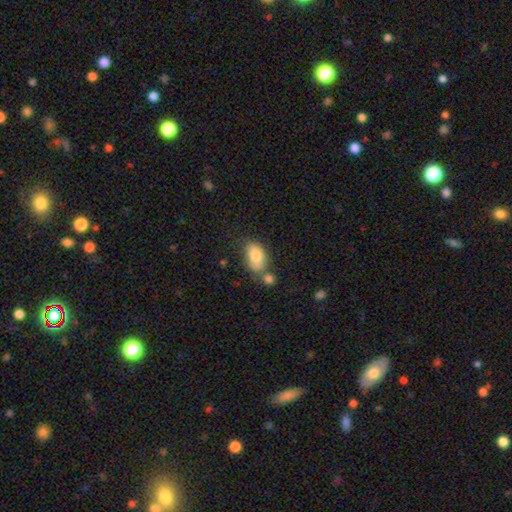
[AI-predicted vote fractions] smooth-or-featured: smooth: 80% | featured or disk: 12% | star or artifact: 7%
  how-rounded: in between: 88% | round: 10% | cigar-shaped: 2%
  merging: none: 46% | merger: 24% | minor disturbance: 22% | major disturbance: 8%